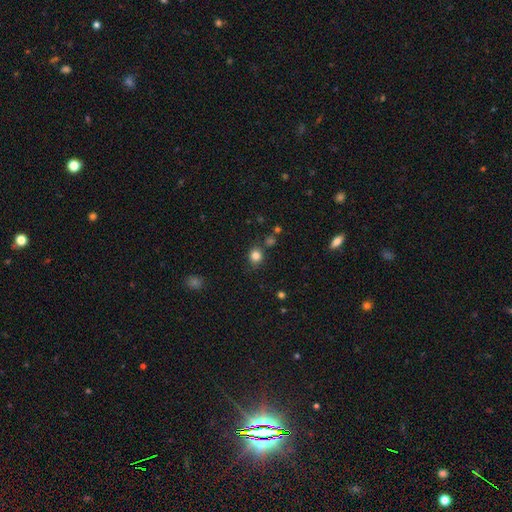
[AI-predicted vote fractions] smooth-or-featured: smooth: 82% | star or artifact: 13% | featured or disk: 5%
  how-rounded: round: 80% | in between: 19% | cigar-shaped: 1%
  merging: none: 80% | minor disturbance: 11% | merger: 5% | major disturbance: 3%